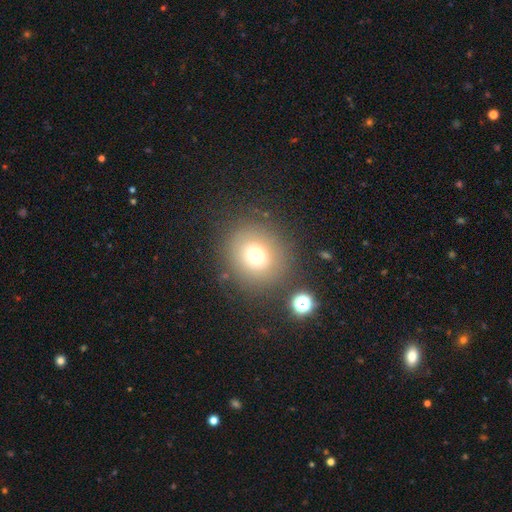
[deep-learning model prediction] This is likely a smooth galaxy (71%). How rounded: clearly round (84%). Merging: clearly none (81%).